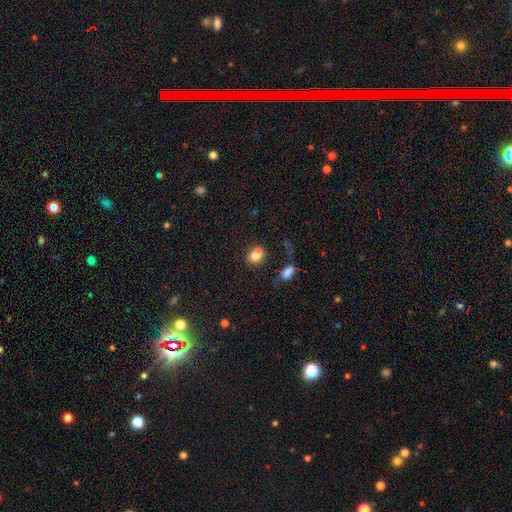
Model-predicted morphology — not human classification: The model was most divided on "how rounded": in between: 52%, round: 47%, cigar-shaped: 1%. More confident: smooth or featured — smooth (80%); merging — none (60%).